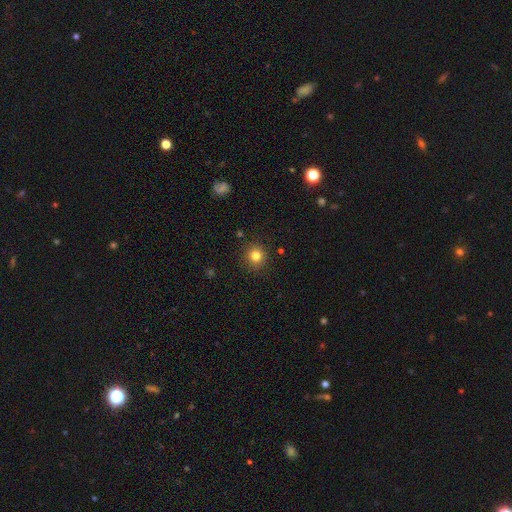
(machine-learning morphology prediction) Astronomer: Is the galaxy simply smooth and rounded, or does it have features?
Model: smooth — 81%.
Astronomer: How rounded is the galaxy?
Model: round — 92%.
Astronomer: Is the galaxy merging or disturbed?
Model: none — 90%.